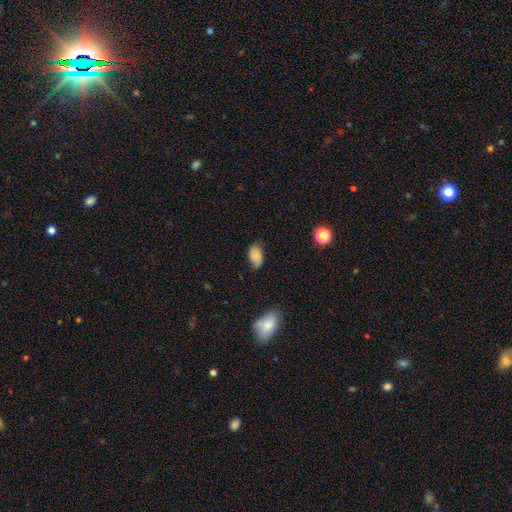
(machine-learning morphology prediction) Q: Smooth or featured?
A: smooth (78%); runner-up: featured or disk (13%)
Q: How rounded?
A: in between (91%); runner-up: round (7%)
Q: Merging?
A: none (71%); runner-up: minor disturbance (23%)